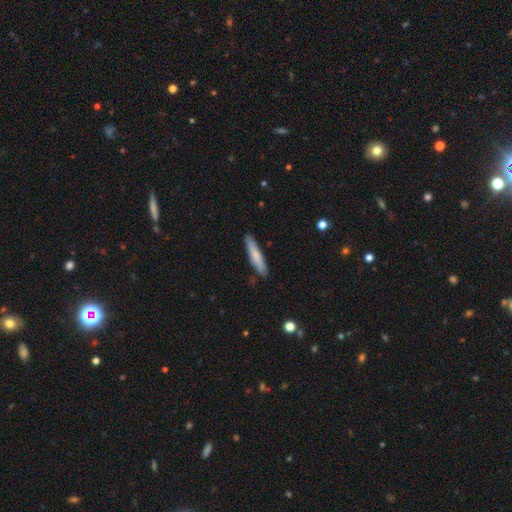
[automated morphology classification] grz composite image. It shows a smooth galaxy with no disk features (73%) that is cigar-shaped (90%). Merging: none (87%).